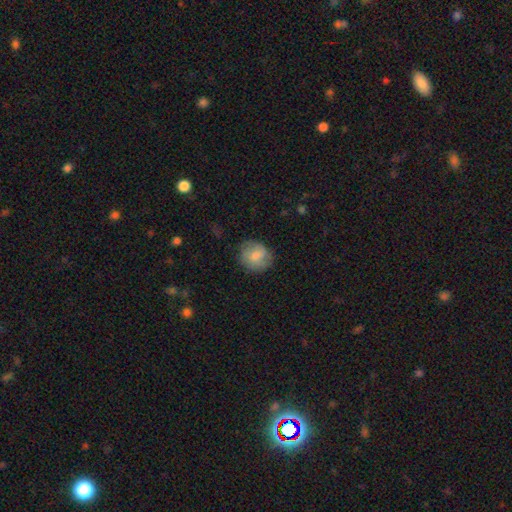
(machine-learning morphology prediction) smooth-or-featured: smooth: 76% | featured or disk: 17% | star or artifact: 7%
  how-rounded: round: 78% | in between: 21% | cigar-shaped: 1%
  merging: none: 76% | minor disturbance: 17% | major disturbance: 5% | merger: 1%